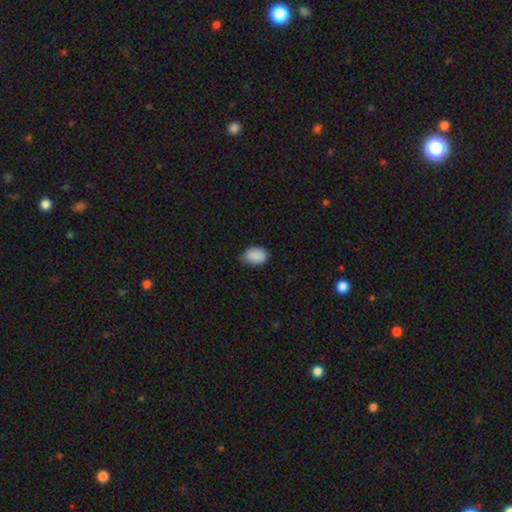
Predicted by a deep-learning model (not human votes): Smooth or featured? smooth (90%)
How rounded? in between (83%)
Merging? none (74%)